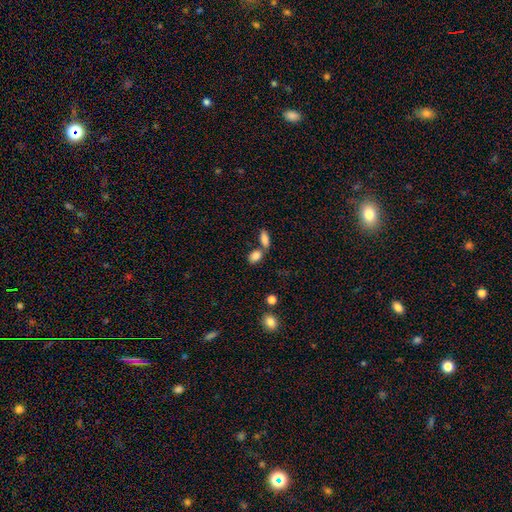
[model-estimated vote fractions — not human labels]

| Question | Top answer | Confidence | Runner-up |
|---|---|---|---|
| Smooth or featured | smooth | 85% | star or artifact (9%) |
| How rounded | in between | 83% | round (14%) |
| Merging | none | 50% | merger (35%) |